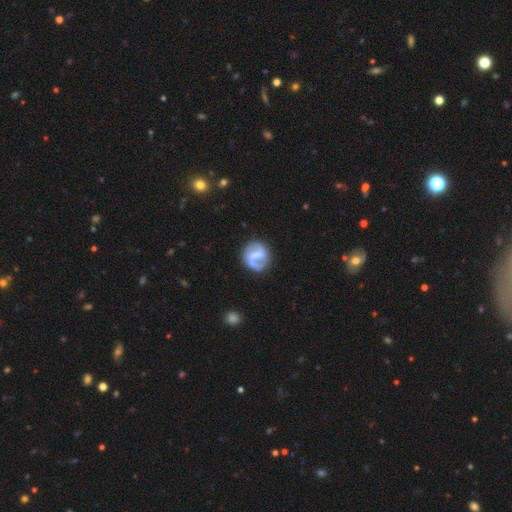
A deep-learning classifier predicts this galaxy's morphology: featured or disk 73%, smooth 21%, star or artifact 6%. Down the decision tree: edge-on disk — no (98%); bar — strong (51%); spiral arms — yes (82%); spiral arm count — 2 (77%); spiral winding — medium (42%); bulge size — none (51%); merging — none (71%).